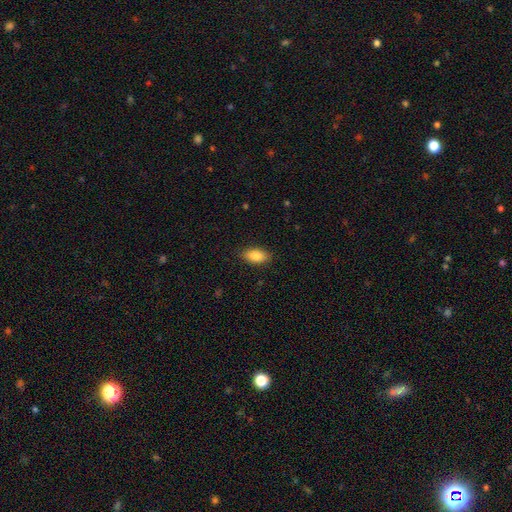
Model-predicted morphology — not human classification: This appears to be a smooth galaxy with no disk features (85%) that is in between round and cigar-shaped (91%). Merging: none (88%).